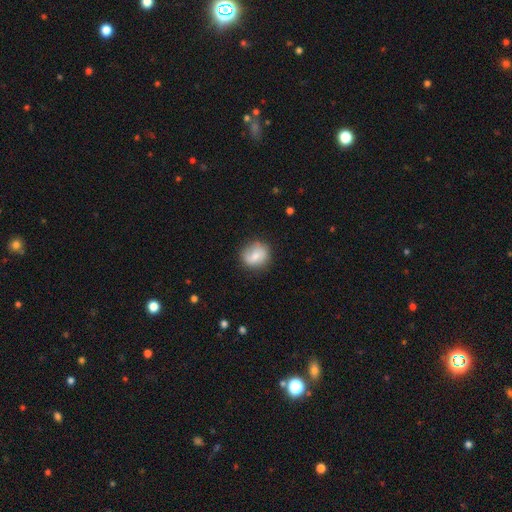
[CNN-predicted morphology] Smooth or featured: smooth — 68% (featured or disk — 24%)
How rounded: round — 80% (in between — 19%)
Merging: none — 76% (minor disturbance — 18%)